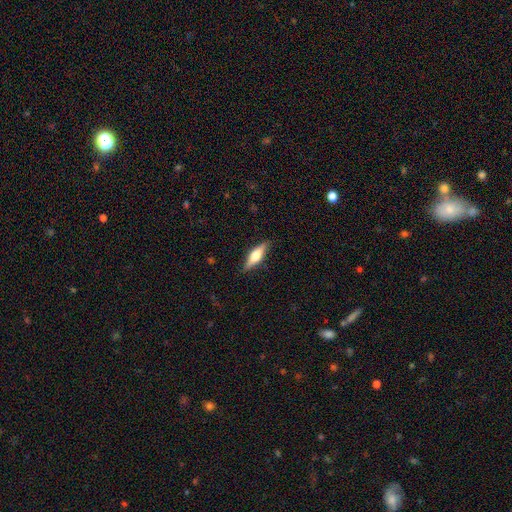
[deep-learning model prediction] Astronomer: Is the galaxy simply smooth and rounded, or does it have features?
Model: featured or disk — 49% (runner-up: smooth, 45%).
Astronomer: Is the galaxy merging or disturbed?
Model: none — 87%.